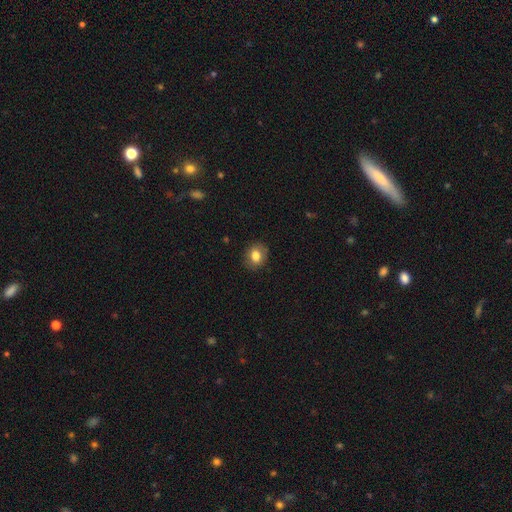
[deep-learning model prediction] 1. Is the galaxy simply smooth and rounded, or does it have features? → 80% smooth, 10% featured or disk, 9% star or artifact.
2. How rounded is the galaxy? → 60% round, 39% in between, 1% cigar-shaped.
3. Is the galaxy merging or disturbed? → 86% none, 10% minor disturbance, 2% major disturbance, 1% merger.